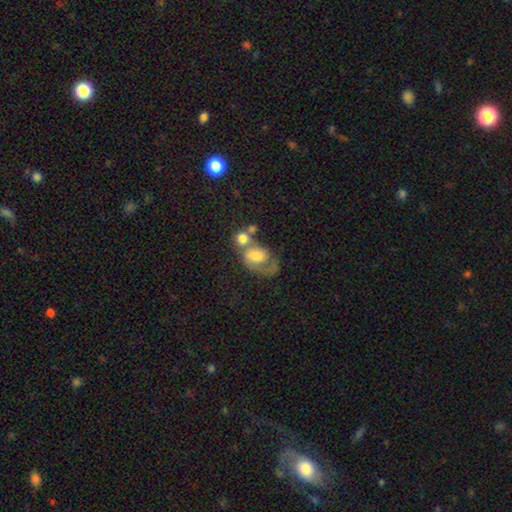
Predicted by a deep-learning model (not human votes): Smooth or featured? smooth (45%, tied with featured or disk)
Merging? merger (47%)